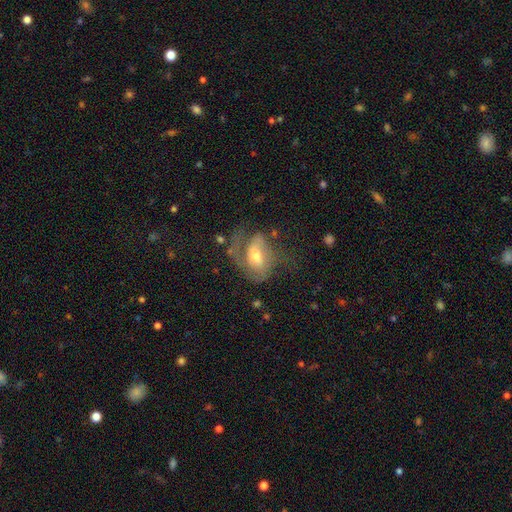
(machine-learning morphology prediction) type=featured or disk (71%); edge-on=no (96%); bar=weak (43%); spiral arms=yes (84%); winding=medium (45%); arm count=2 (48%); bulge=moderate (62%); merging=none (39%).